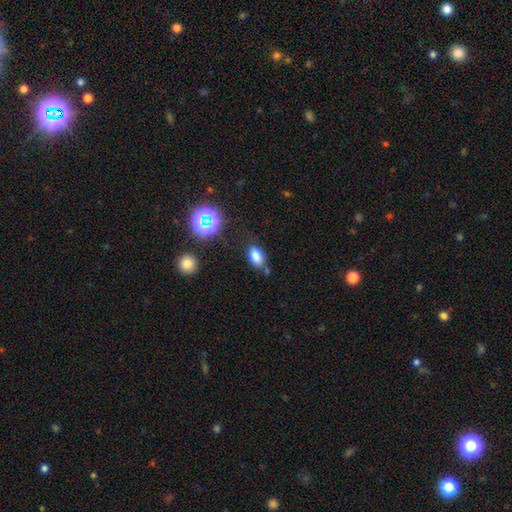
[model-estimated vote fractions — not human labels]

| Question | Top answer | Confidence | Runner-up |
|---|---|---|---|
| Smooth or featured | smooth | 79% | star or artifact (15%) |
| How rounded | in between | 88% | round (10%) |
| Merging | none | 69% | minor disturbance (18%) |